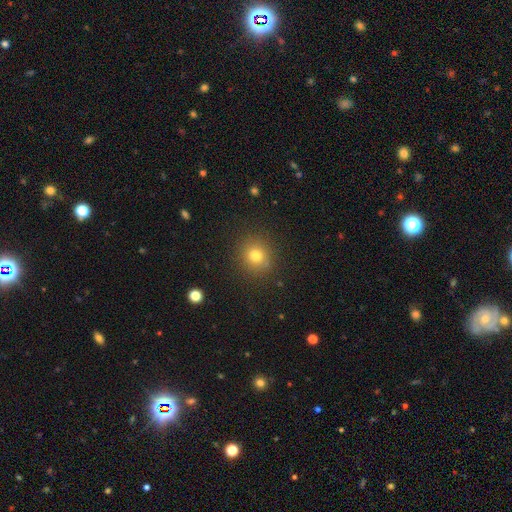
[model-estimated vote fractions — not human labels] smooth-or-featured: smooth: 77% | star or artifact: 15% | featured or disk: 8%
  how-rounded: round: 88% | in between: 11% | cigar-shaped: 1%
  merging: none: 87% | minor disturbance: 8% | major disturbance: 3% | merger: 2%